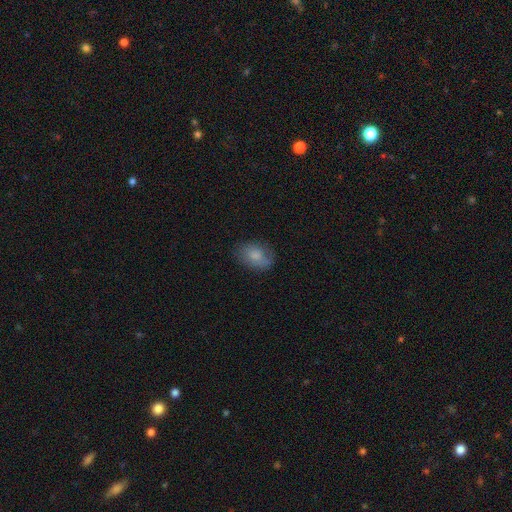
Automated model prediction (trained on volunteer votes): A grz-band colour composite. It shows a smooth galaxy with no disk features (78%) that is in between round and cigar-shaped (78%). Merging: none (70%).